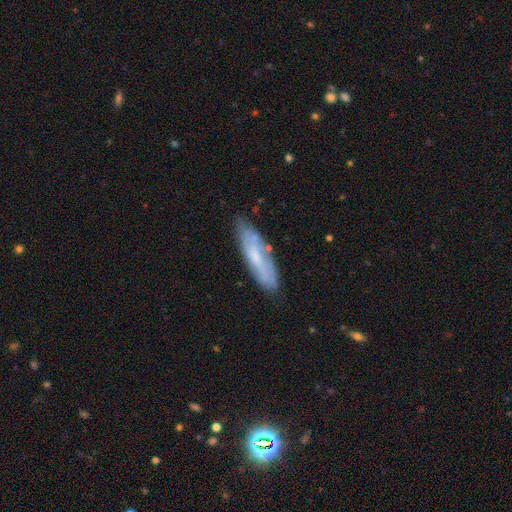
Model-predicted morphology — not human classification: Q: Smooth or featured?
A: smooth (52%); runner-up: featured or disk (40%)
Q: How rounded?
A: cigar-shaped (68%); runner-up: in between (31%)
Q: Merging?
A: none (74%); runner-up: minor disturbance (19%)